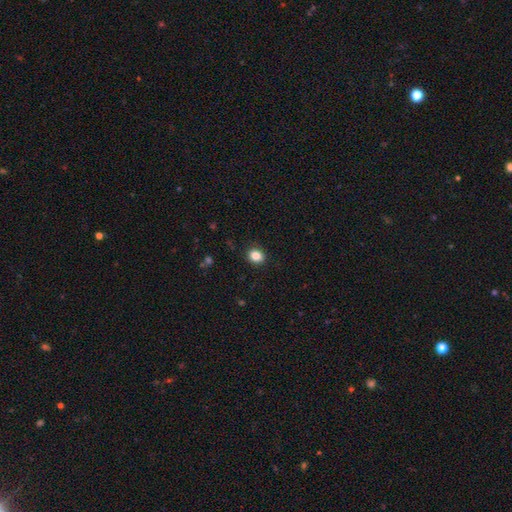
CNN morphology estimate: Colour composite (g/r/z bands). It shows a smooth galaxy with no disk features (85%) that is round (61%). Merging: none (90%).